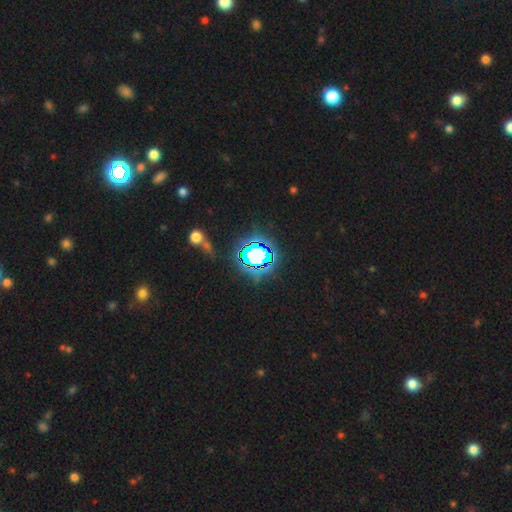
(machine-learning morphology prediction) Smooth or featured: star or artifact — 72% (smooth — 15%)